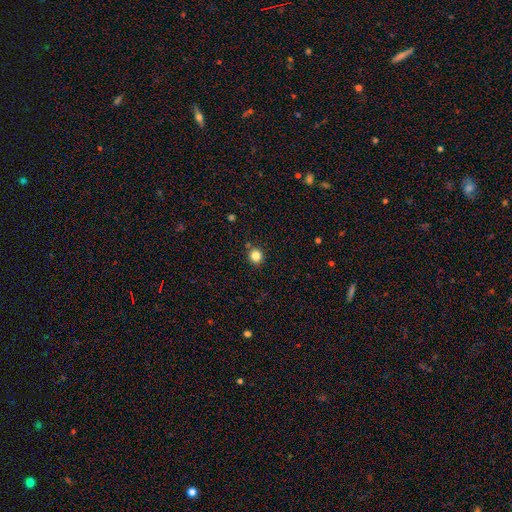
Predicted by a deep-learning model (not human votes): Q: Smooth or featured?
A: smooth (83%); runner-up: star or artifact (12%)
Q: How rounded?
A: round (91%); runner-up: in between (8%)
Q: Merging?
A: none (87%); runner-up: minor disturbance (7%)